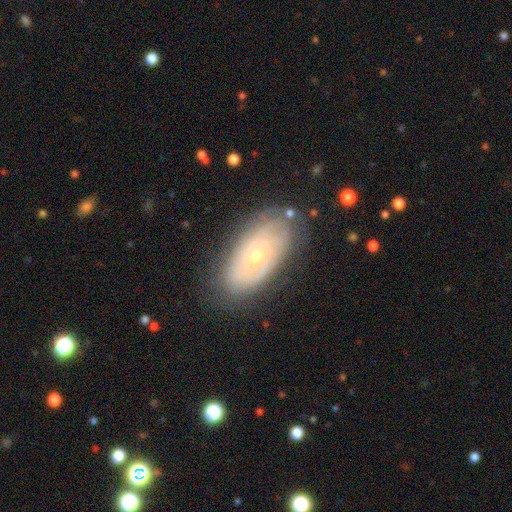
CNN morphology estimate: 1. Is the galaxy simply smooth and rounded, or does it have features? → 62% featured or disk, 30% smooth, 7% star or artifact.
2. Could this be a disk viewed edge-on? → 91% no, 9% yes.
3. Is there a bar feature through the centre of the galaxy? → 86% no, 11% weak, 3% strong.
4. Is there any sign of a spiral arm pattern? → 58% yes, 42% no.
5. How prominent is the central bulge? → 69% small, 27% moderate, 1% large, 1% none, 1% dominant.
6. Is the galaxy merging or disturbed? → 74% none, 19% minor disturbance, 5% major disturbance, 2% merger.